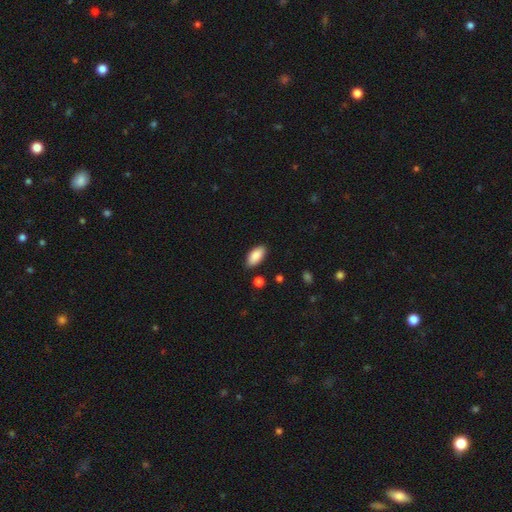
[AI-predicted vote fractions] smooth-or-featured: smooth: 88% | star or artifact: 6% | featured or disk: 5%
  how-rounded: in between: 91% | cigar-shaped: 7% | round: 2%
  merging: none: 86% | minor disturbance: 10% | major disturbance: 2% | merger: 2%